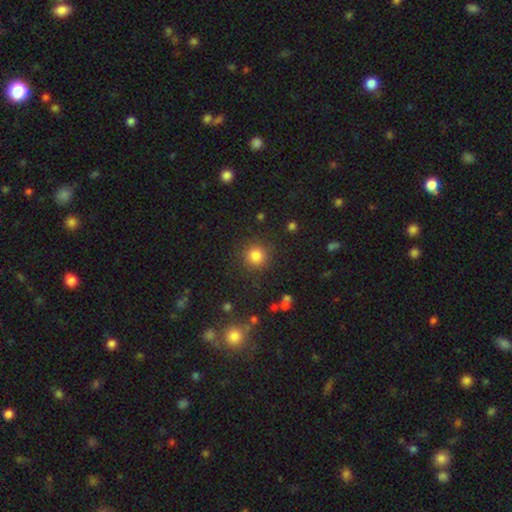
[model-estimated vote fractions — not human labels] A smooth galaxy with no disk features (82%) that is round (93%). Merging: none (88%).